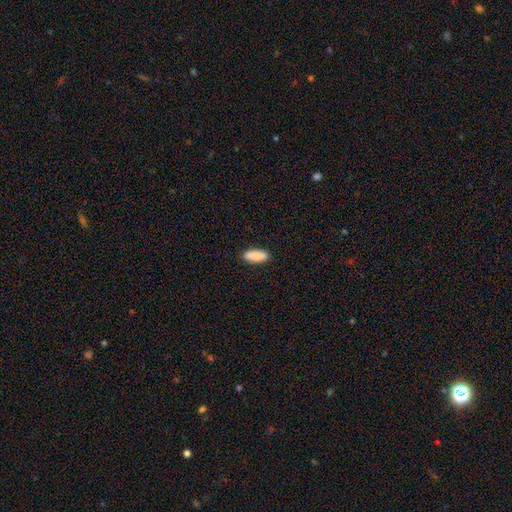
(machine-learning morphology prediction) Smooth or featured? Predicted: smooth (p=0.86). How rounded? Predicted: in between (p=0.70). Merging? Predicted: none (p=0.88).